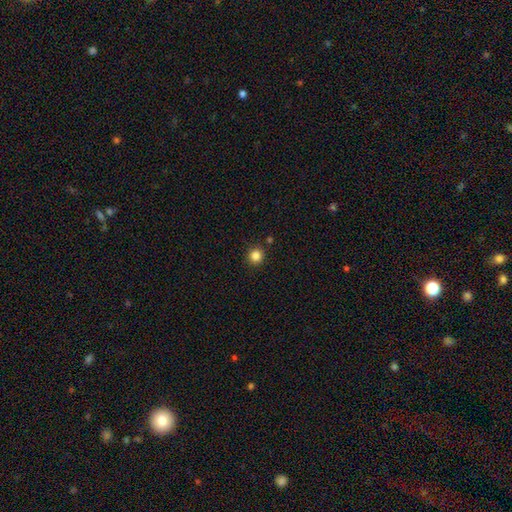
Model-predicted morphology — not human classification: smooth-or-featured: smooth: 84% | star or artifact: 12% | featured or disk: 4%
  how-rounded: round: 94% | in between: 5% | cigar-shaped: 1%
  merging: none: 90% | minor disturbance: 6% | merger: 3% | major disturbance: 2%